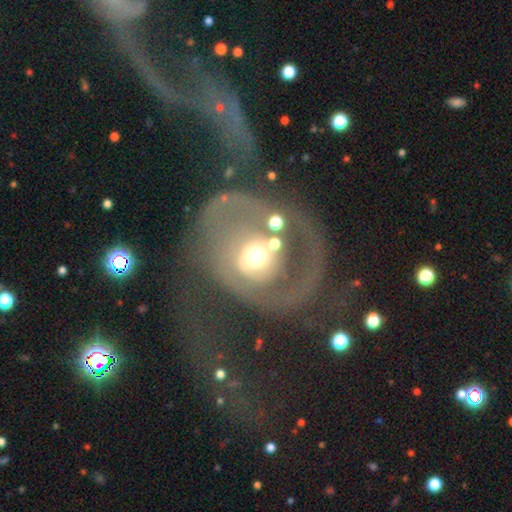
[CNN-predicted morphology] featured or disk 64%, smooth 26%, star or artifact 10%. Down the decision tree: edge-on disk — no (96%); bar — no (76%); spiral arms — yes (56%); bulge size — moderate (61%); merging — none (41%).